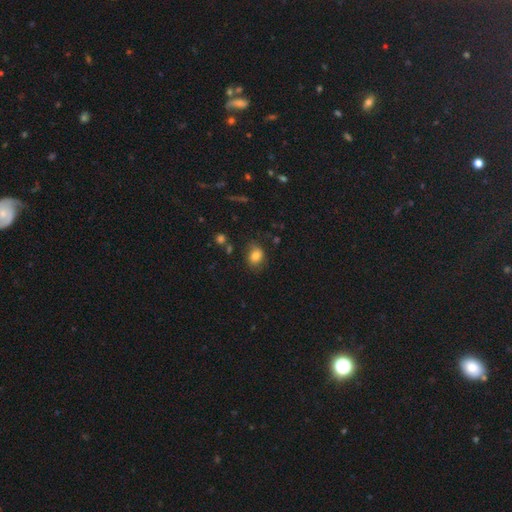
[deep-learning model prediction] Smooth or featured? smooth (79%)
How rounded? round (50%)
Merging? none (70%)